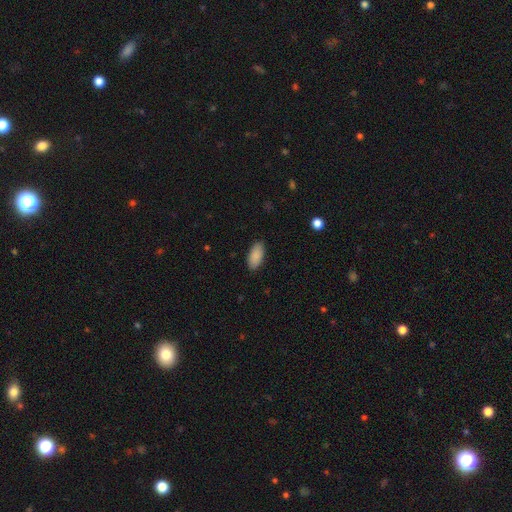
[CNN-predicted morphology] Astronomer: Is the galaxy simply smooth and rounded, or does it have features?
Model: smooth — 90%.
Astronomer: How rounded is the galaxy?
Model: in between — 92%.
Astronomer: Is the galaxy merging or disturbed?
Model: none — 88%.